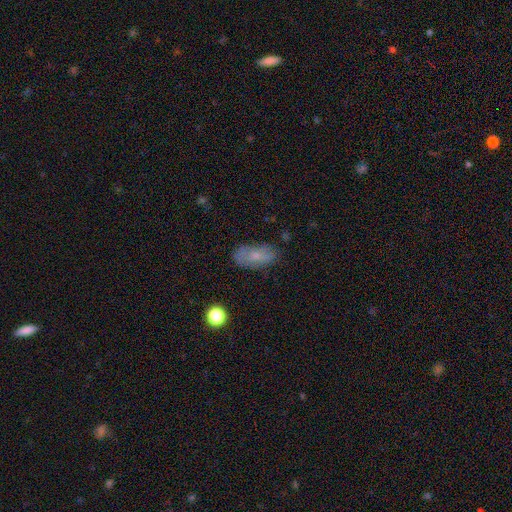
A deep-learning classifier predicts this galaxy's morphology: type=smooth (69%); roundness=in between (89%); merging=none (75%).